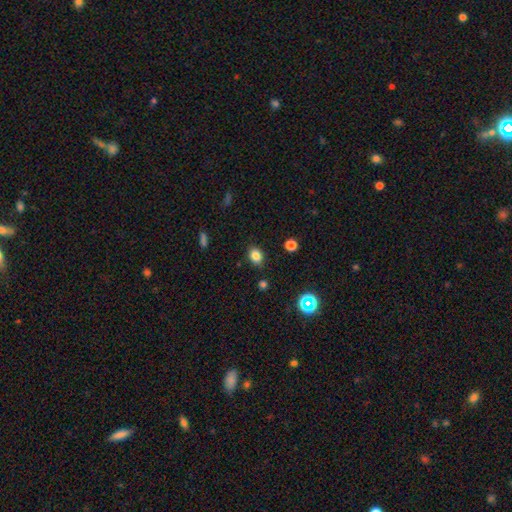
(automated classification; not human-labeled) A smooth galaxy with no disk features (82%) that is in between round and cigar-shaped (63%). Merging: none (86%).